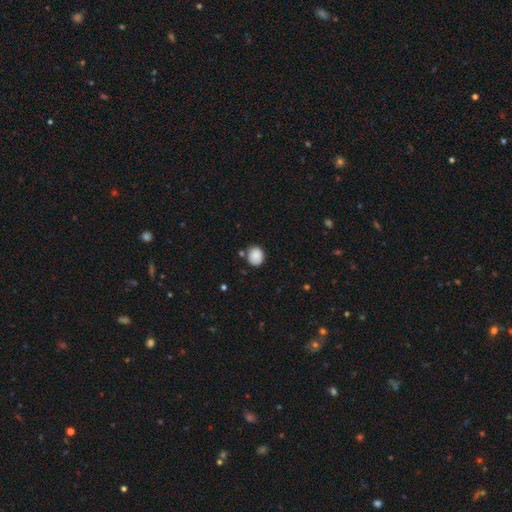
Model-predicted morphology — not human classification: Smooth or featured? smooth (86%)
How rounded? round (69%)
Merging? none (72%)